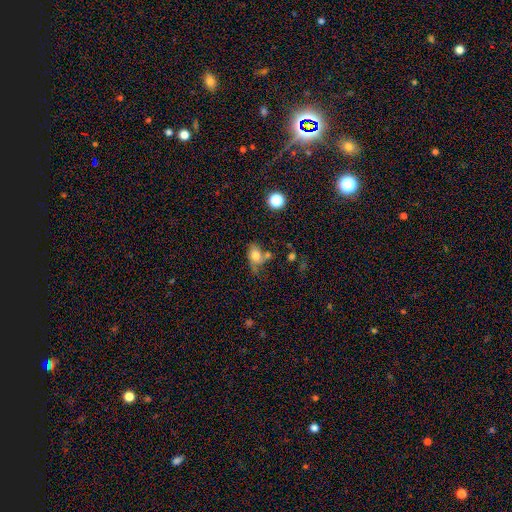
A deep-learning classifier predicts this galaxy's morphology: A smooth galaxy with no disk features (72%) that is in between round and cigar-shaped (70%). Merging: none (39%).